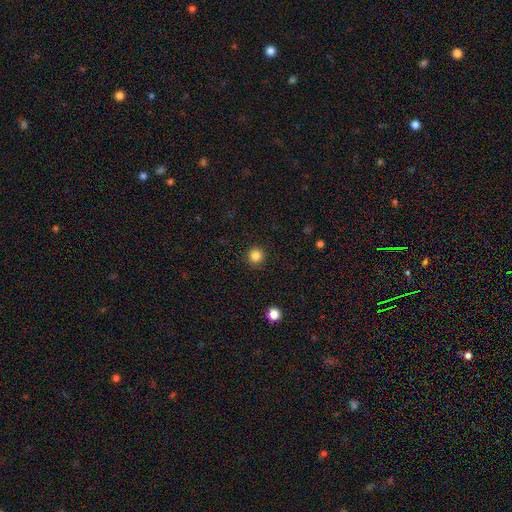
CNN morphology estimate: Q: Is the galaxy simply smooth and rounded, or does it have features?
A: smooth — 85%.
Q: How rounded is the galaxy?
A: round — 96%.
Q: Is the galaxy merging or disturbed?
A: none — 92%.